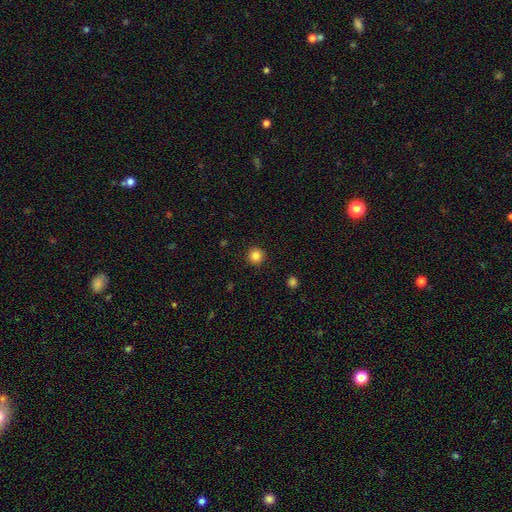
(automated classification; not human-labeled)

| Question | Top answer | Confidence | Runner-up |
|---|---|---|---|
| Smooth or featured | smooth | 84% | star or artifact (11%) |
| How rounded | round | 95% | in between (4%) |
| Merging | none | 92% | minor disturbance (5%) |